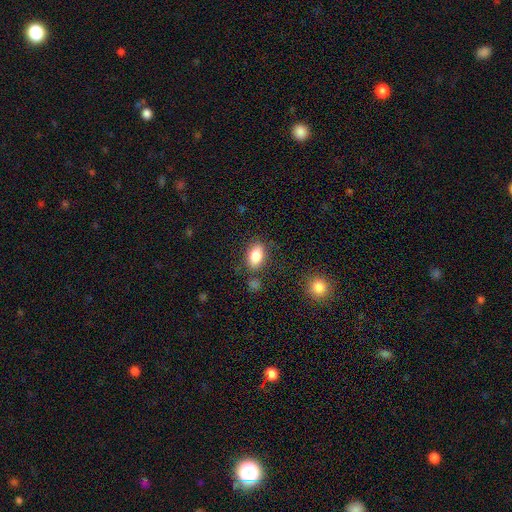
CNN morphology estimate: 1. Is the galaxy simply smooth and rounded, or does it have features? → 84% smooth, 8% star or artifact, 8% featured or disk.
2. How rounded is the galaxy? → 89% in between, 8% round, 3% cigar-shaped.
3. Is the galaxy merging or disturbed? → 79% none, 13% minor disturbance, 5% merger, 4% major disturbance.